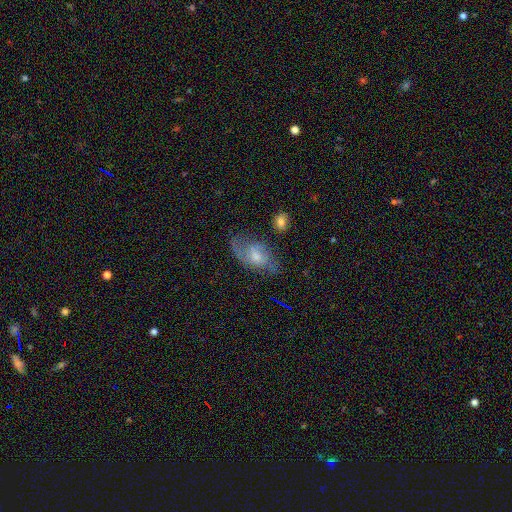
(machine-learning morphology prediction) This appears to be a featured or disk galaxy (67%) with no bar (56%), 2 (67%) medium (46%) spiral arms (87%) and a moderate central bulge (53%). Merging: none (61%).